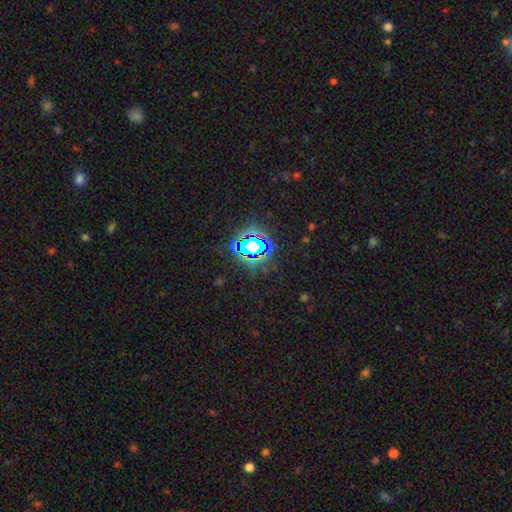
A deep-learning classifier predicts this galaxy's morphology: star or artifact 79%, smooth 13%, featured or disk 8%.